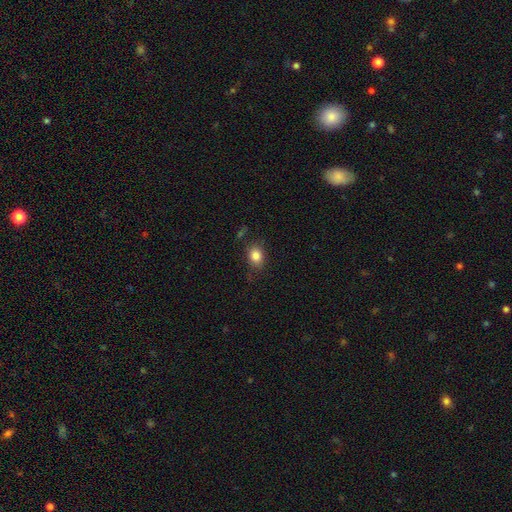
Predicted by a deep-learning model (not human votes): smooth 84%, star or artifact 10%, featured or disk 6%. Down the decision tree: how rounded — in between (62%); merging — none (76%).